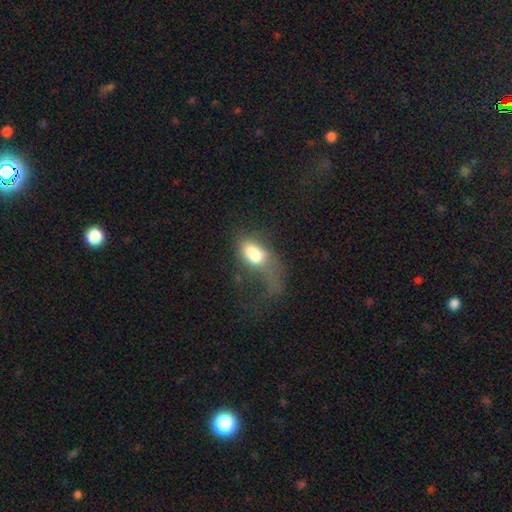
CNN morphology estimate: Q: Smooth or featured?
A: smooth (71%); runner-up: featured or disk (19%)
Q: How rounded?
A: in between (87%); runner-up: round (9%)
Q: Merging?
A: major disturbance (59%); runner-up: minor disturbance (19%)